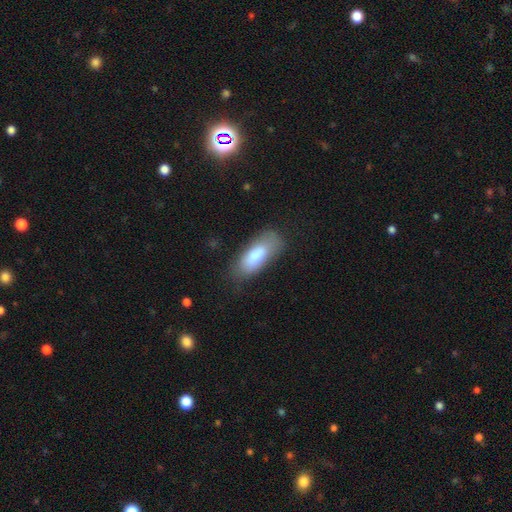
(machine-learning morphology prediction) This is clearly a smooth galaxy (82%). How rounded: likely in between (79%). Merging: likely none (67%).